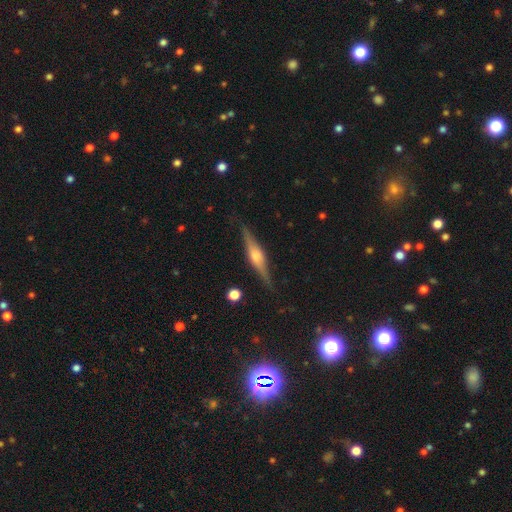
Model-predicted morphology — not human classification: Q: Smooth or featured?
A: featured or disk (77%); runner-up: smooth (17%)
Q: Edge-on disk?
A: yes (97%); runner-up: no (3%)
Q: Edge-on bulge?
A: rounded (82%); runner-up: boxy (15%)
Q: Merging?
A: none (88%); runner-up: minor disturbance (9%)